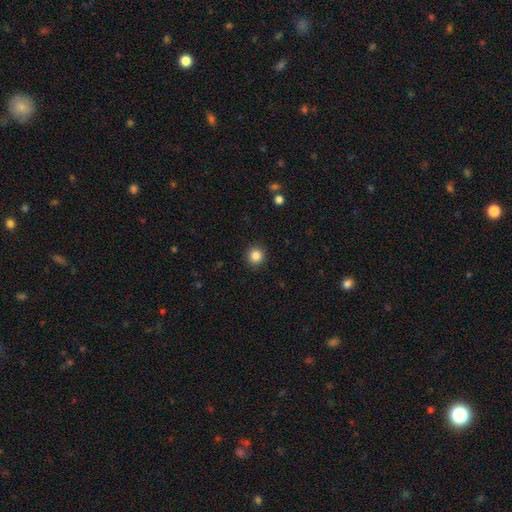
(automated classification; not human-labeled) Q: Smooth or featured?
A: smooth (85%); runner-up: star or artifact (11%)
Q: How rounded?
A: round (94%); runner-up: in between (5%)
Q: Merging?
A: none (93%); runner-up: minor disturbance (5%)